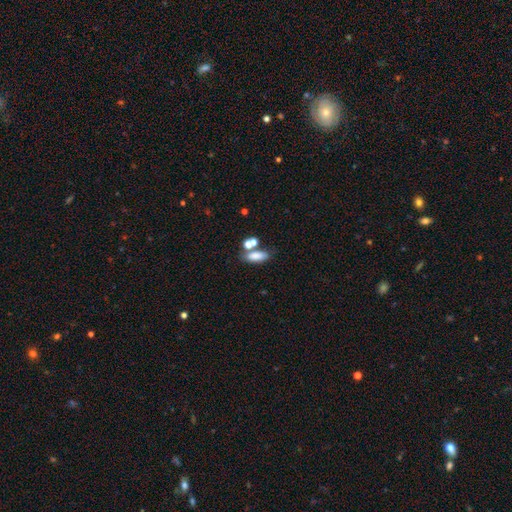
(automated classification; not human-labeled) A smooth galaxy with no disk features (79%) that is in between round and cigar-shaped (74%).

Vote fractions:
- Smooth or featured? smooth: 79% / featured or disk: 11% / star or artifact: 10%
- How rounded? in between: 74% / cigar-shaped: 18% / round: 9%
- Merging? none: 52% / merger: 30% / minor disturbance: 12% / major disturbance: 6%